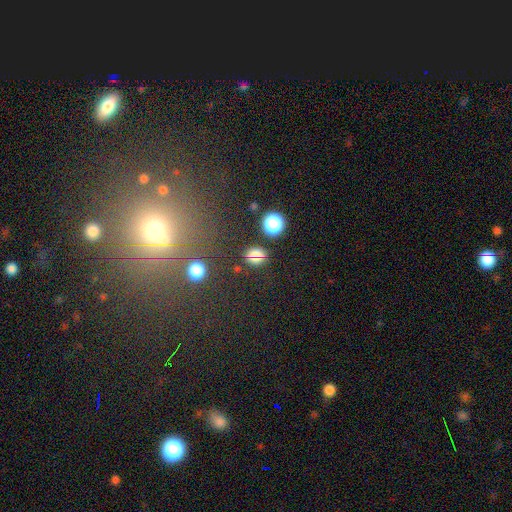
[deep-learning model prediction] smooth 65%, star or artifact 26%, featured or disk 9%. Down the decision tree: how rounded — round (59%); merging — none (76%).